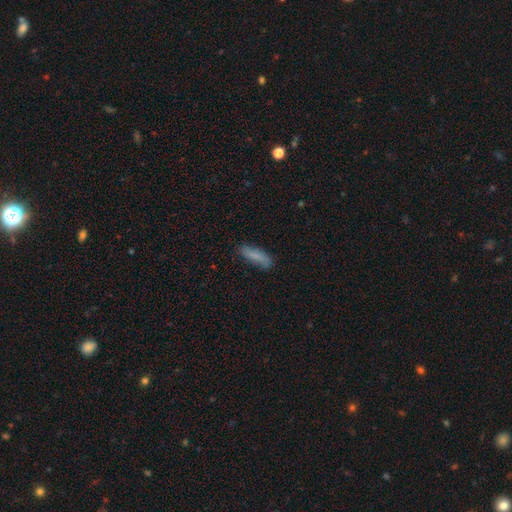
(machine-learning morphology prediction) Smooth or featured? smooth (82%)
How rounded? cigar-shaped (59%)
Merging? none (74%)